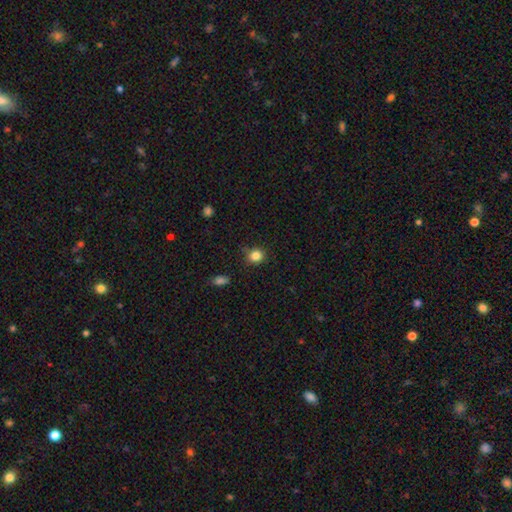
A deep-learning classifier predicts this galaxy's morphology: The model was most divided on "merging": none: 80%, minor disturbance: 15%, major disturbance: 3%, merger: 3%. More confident: how rounded — round (85%); smooth or featured — smooth (84%).